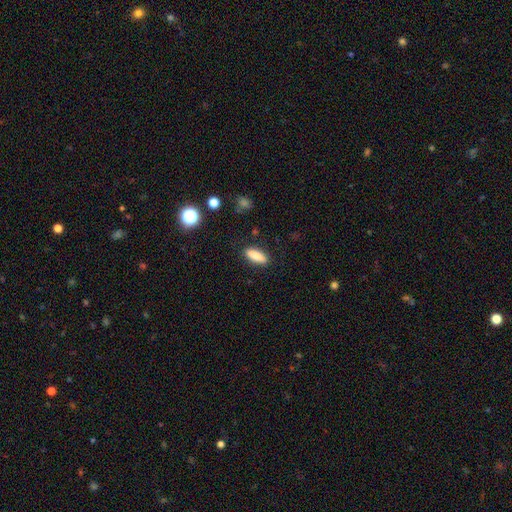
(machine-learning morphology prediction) Overall: smooth (86%). How rounded: in between (60%; cigar-shaped 37%). Merging: none (87%).